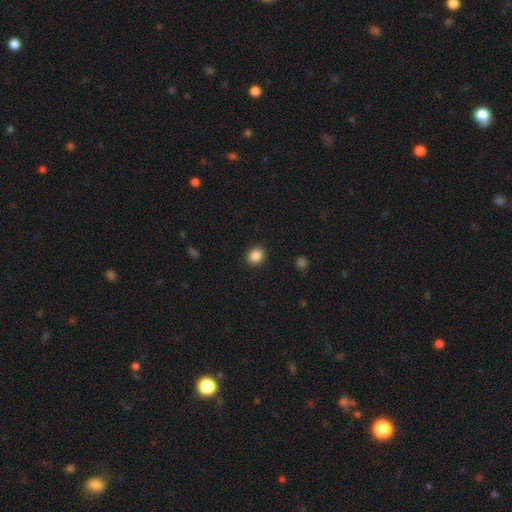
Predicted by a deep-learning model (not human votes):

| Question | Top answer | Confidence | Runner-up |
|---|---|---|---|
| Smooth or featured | smooth | 86% | star or artifact (10%) |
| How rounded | round | 69% | in between (31%) |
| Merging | none | 91% | minor disturbance (6%) |